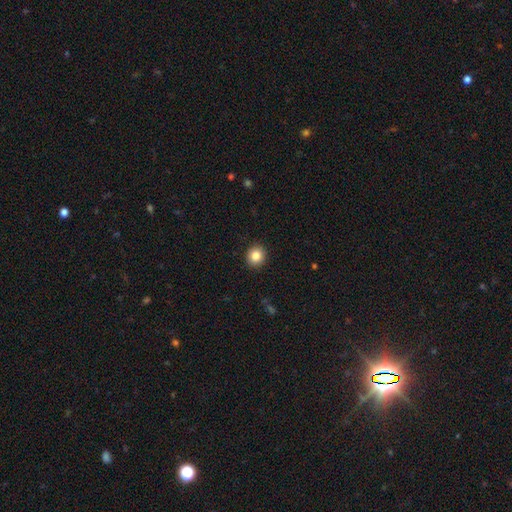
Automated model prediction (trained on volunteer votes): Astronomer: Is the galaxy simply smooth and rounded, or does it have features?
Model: smooth — 85%.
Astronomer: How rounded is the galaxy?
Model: round — 85%.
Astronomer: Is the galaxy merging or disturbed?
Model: none — 92%.